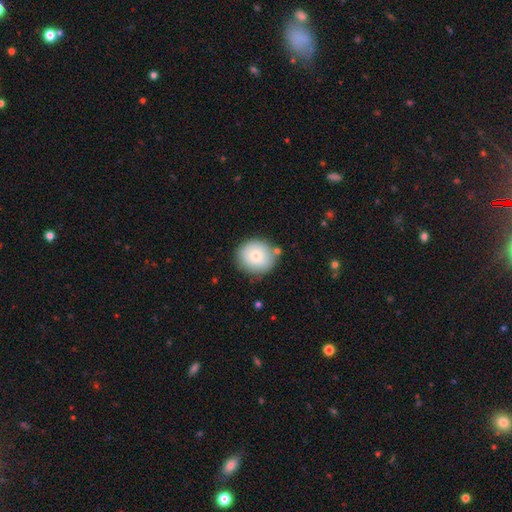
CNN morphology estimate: Smooth or featured: smooth — 76% (featured or disk — 16%)
How rounded: round — 87% (in between — 13%)
Merging: none — 79% (minor disturbance — 13%)